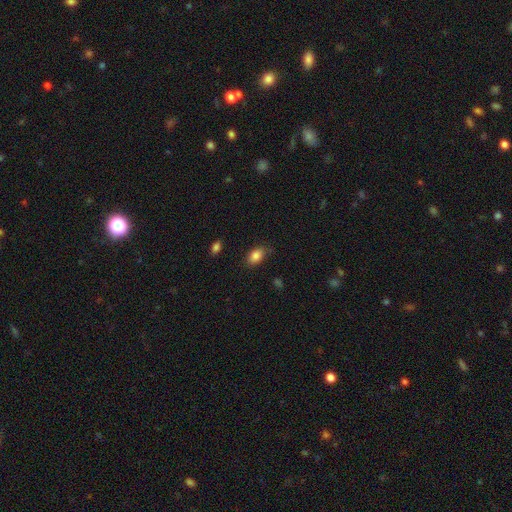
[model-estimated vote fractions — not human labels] Smooth or featured? smooth (86%)
How rounded? in between (87%)
Merging? none (81%)